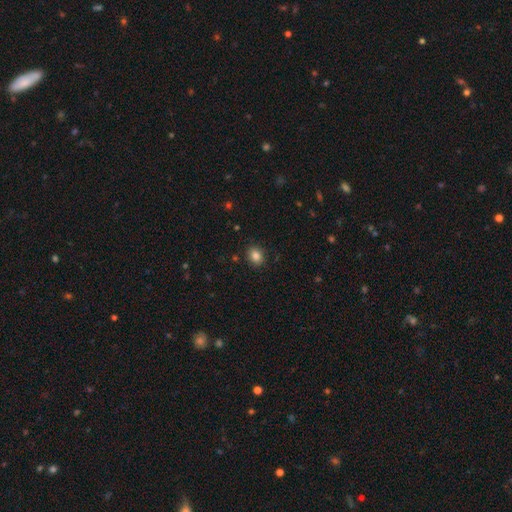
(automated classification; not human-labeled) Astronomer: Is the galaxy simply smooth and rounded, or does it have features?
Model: smooth — 84%.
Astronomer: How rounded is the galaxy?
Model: round — 53% (runner-up: in between, 46%).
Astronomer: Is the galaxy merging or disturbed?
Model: none — 89%.